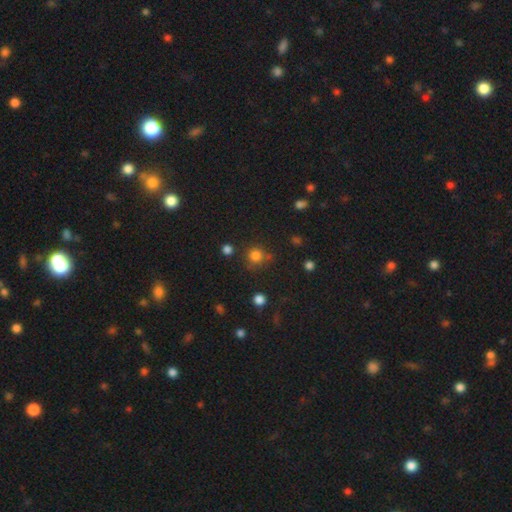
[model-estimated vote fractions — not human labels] A smooth galaxy with no disk features (78%) that is round (90%). Merging: none (71%).